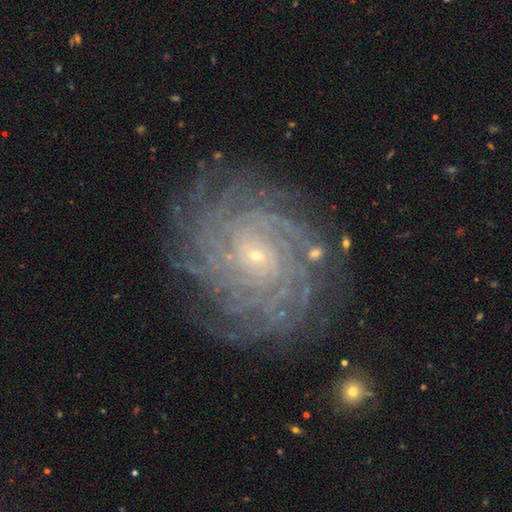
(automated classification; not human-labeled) smooth-or-featured: featured or disk: 88% | star or artifact: 7% | smooth: 5%
  disk-edge-on: no: 97% | yes: 3%
    bar: no: 67% | weak: 25% | strong: 8%
    has-spiral-arms: yes: 98% | no: 2%
      spiral-winding: tight: 83% | medium: 14% | loose: 3%
      spiral-arm-count: more than 4: 40% | can't tell: 20% | 4: 16% | 3: 9% | 2: 8% | 1: 8%
    bulge-size: small: 87% | moderate: 9% | none: 1% | large: 1% | dominant: 1%
  merging: none: 82% | minor disturbance: 12% | major disturbance: 4% | merger: 1%